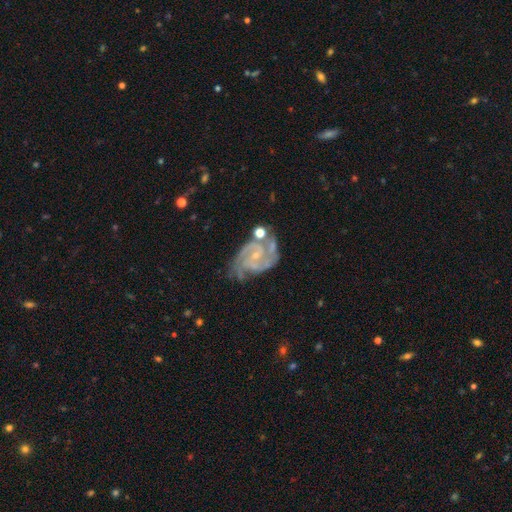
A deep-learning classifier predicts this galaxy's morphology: Overall: featured or disk (90%). Edge-on disk: no (98%). Bar: no (55%; weak 36%). Spiral arms: yes (98%). Spiral arm count: 2 (54%; 3 25%). Spiral winding: tight (47%; medium 45%). Bulge size: small (75%). Merging: none (58%; minor disturbance 24%).